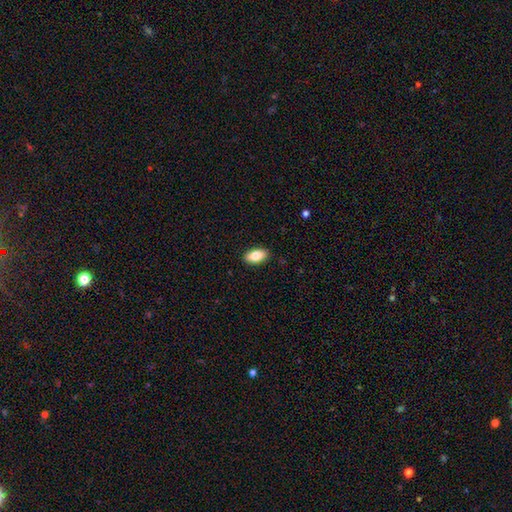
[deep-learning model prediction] Morphology: type=smooth (82%); roundness=in between (91%); merging=none (90%).